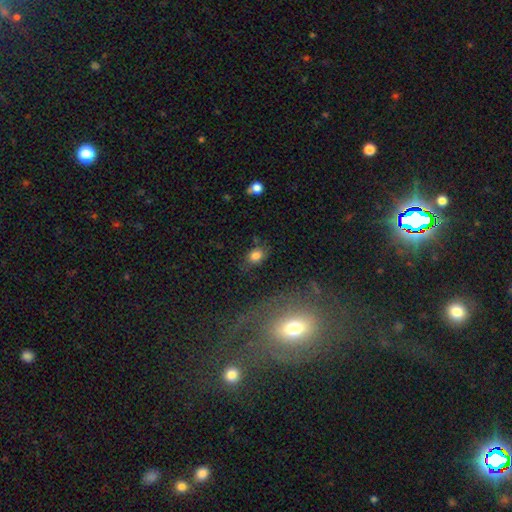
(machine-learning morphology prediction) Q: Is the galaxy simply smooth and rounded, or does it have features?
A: smooth — 78%.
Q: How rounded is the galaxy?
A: in between — 59%.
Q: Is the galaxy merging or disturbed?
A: none — 71%.